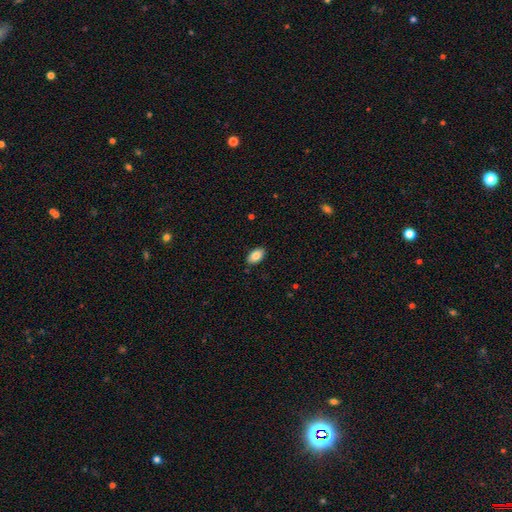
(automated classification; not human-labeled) Overall: smooth (85%). How rounded: in between (94%). Merging: none (88%).